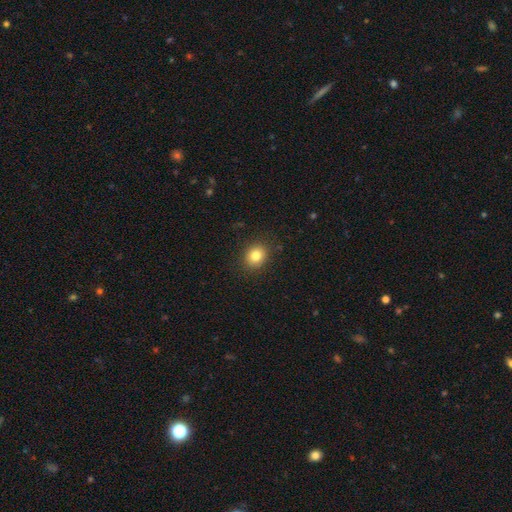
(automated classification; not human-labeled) Morphology: type=smooth (82%); roundness=round (67%); merging=none (88%).